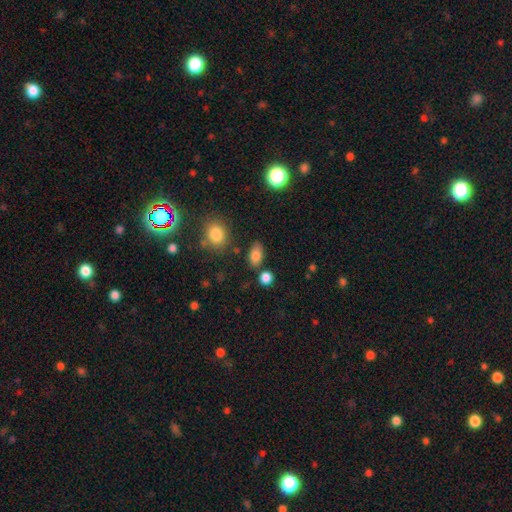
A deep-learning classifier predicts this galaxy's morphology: Smooth or featured? smooth (82%)
How rounded? in between (84%)
Merging? none (77%)